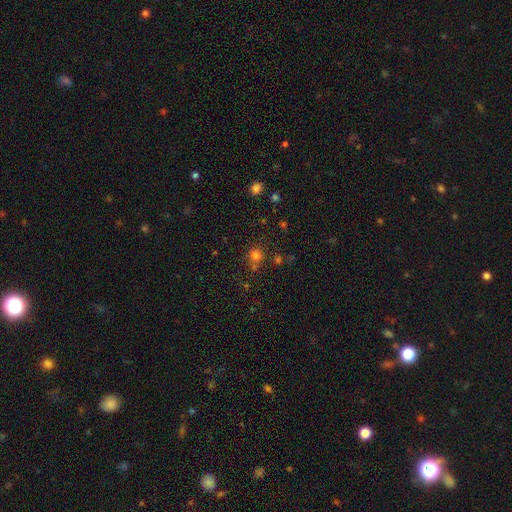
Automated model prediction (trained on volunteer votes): smooth-or-featured: smooth: 72% | star or artifact: 21% | featured or disk: 8%
  how-rounded: round: 86% | in between: 13% | cigar-shaped: 1%
  merging: none: 66% | merger: 18% | minor disturbance: 11% | major disturbance: 4%